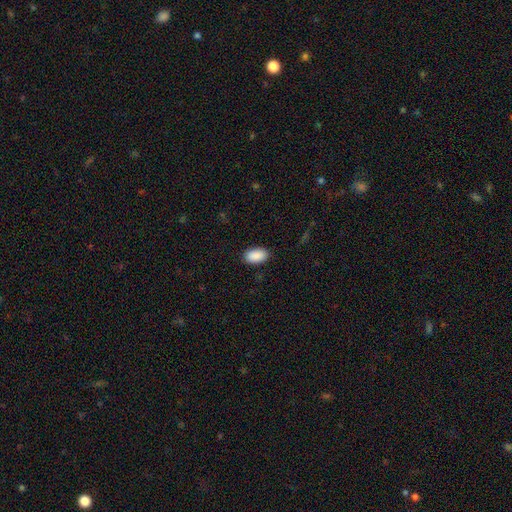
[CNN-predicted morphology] smooth 91%, star or artifact 6%, featured or disk 3%. Down the decision tree: how rounded — in between (95%); merging — none (89%).